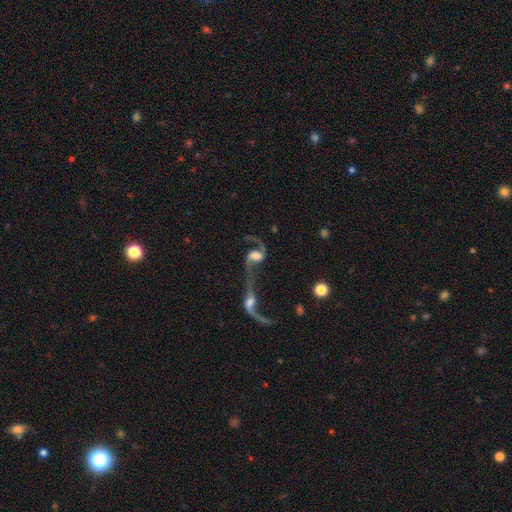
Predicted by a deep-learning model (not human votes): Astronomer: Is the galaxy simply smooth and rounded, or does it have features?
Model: featured or disk — 83%.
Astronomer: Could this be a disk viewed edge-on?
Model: no — 96%.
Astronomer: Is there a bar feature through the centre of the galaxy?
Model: weak — 45% (runner-up: no, 35%).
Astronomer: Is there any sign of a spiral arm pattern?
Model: yes — 93%.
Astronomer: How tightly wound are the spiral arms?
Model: loose — 79%.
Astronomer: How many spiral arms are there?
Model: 2 — 87%.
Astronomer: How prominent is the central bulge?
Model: moderate — 40% (runner-up: large, 27%).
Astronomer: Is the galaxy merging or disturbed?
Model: merger — 69%.